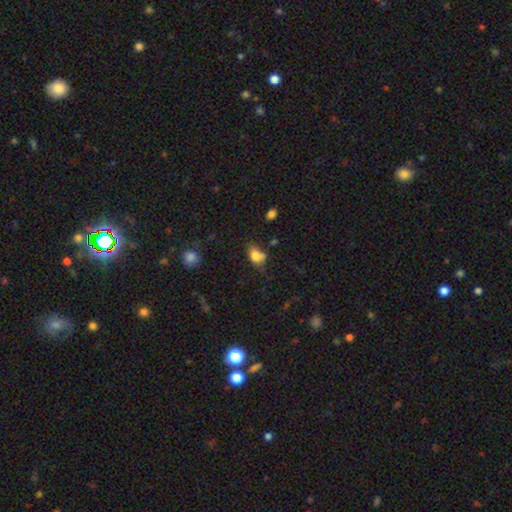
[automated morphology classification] Smooth or featured? Predicted: smooth (p=0.78). How rounded? Predicted: in between (p=0.72). Merging? Predicted: none (p=0.43).